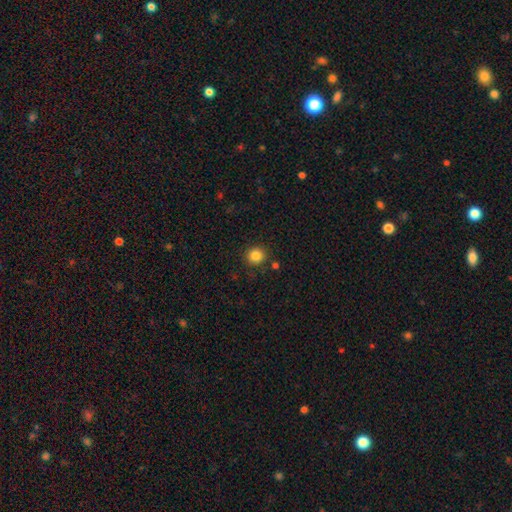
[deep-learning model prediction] Overall: smooth (84%). How rounded: round (89%). Merging: none (87%).